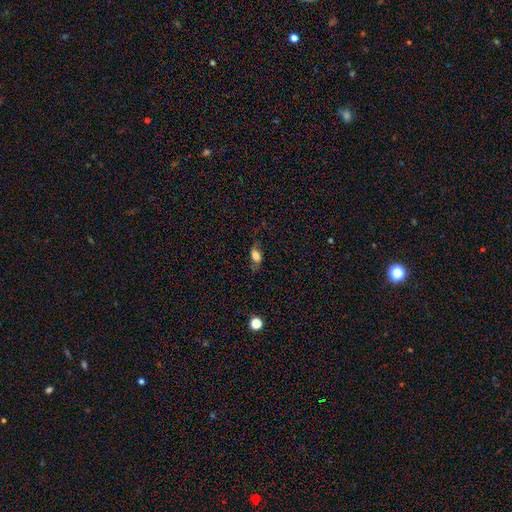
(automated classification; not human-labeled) A smooth galaxy with no disk features (70%) that is in between round and cigar-shaped (83%). Merging: none (60%).